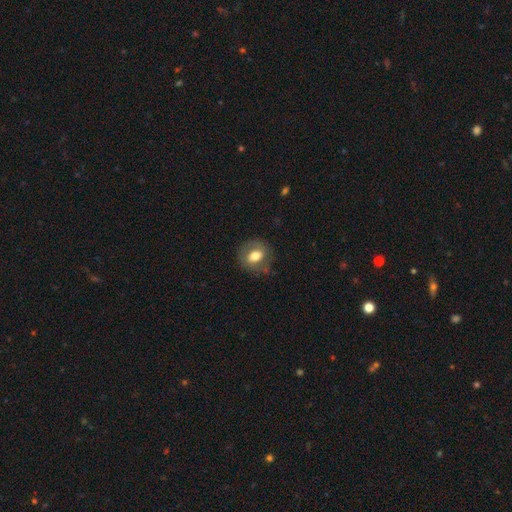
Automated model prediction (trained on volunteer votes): This appears to be a smooth galaxy with no disk features (62%) that is round (55%). Merging: none (72%).